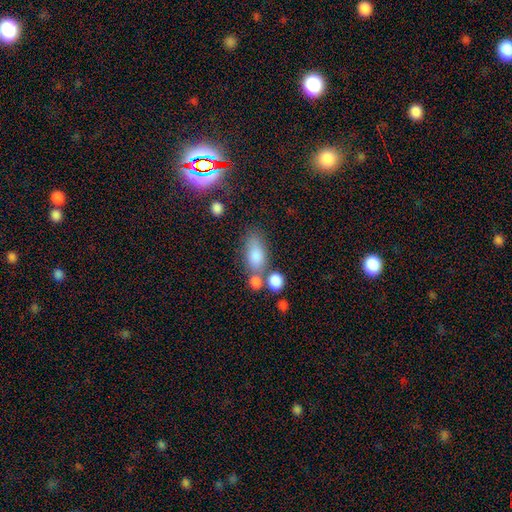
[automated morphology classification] smooth_or_featured: smooth (p=0.79) [alt: featured or disk p=0.12]
how_rounded: in between (p=0.81) [alt: cigar-shaped p=0.10]
merging: none (p=0.48) [alt: merger p=0.29]